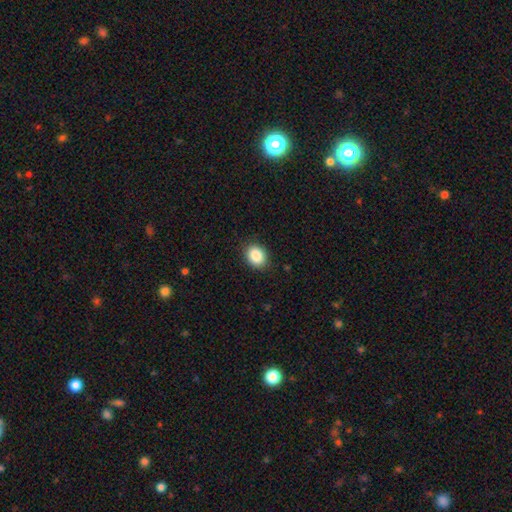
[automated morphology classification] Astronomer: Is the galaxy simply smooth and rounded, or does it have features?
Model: smooth — 87%.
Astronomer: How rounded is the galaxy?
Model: in between — 54% (runner-up: round, 46%).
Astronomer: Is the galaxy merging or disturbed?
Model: none — 88%.